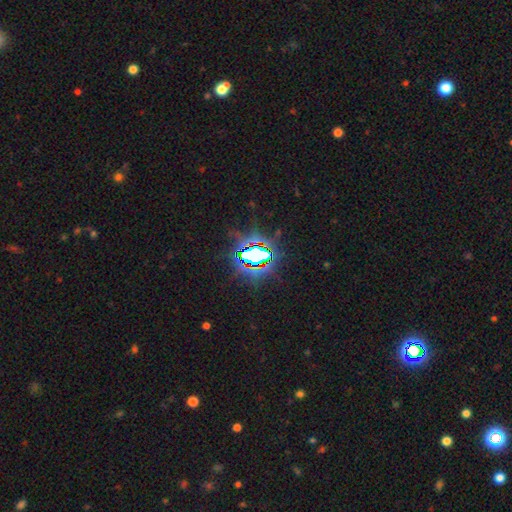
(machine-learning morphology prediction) A star or artifact, not a galaxy (83%).